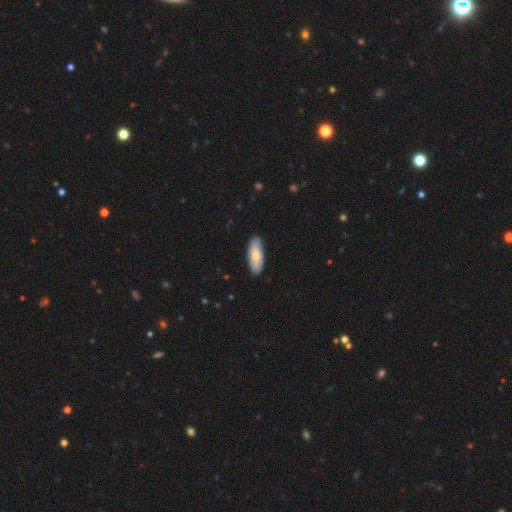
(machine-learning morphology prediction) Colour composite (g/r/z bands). It shows a smooth galaxy with no disk features (76%) that is in between round and cigar-shaped (74%). Merging: none (87%).